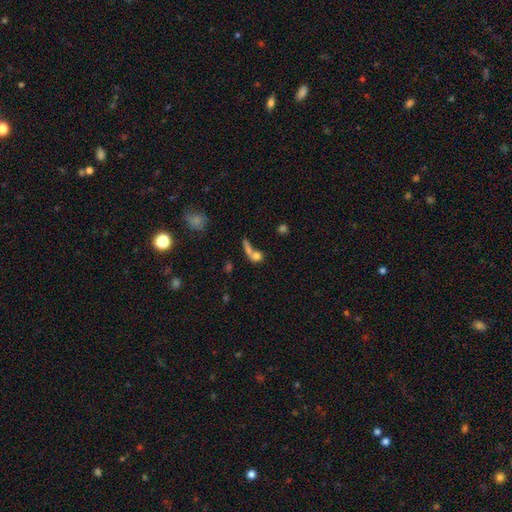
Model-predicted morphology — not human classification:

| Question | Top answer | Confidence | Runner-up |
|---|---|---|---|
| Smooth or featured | smooth | 54% | star or artifact (26%) |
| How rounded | round | 54% | in between (33%) |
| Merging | none | 43% | merger (41%) |